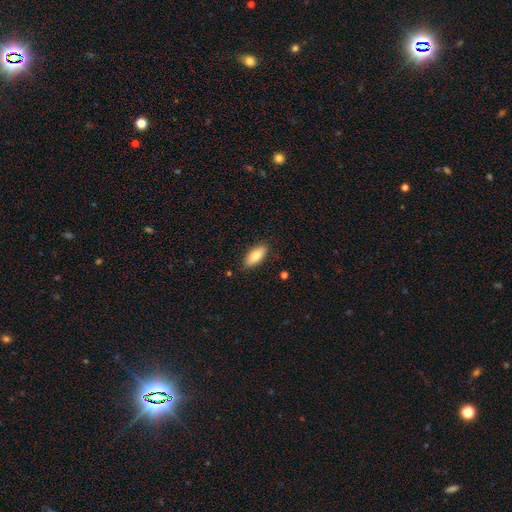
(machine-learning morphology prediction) Smooth or featured: smooth — 78% (featured or disk — 15%)
How rounded: in between — 81% (cigar-shaped — 17%)
Merging: none — 86% (minor disturbance — 11%)